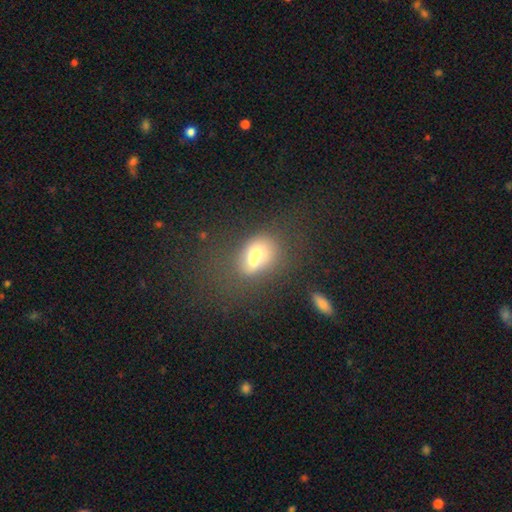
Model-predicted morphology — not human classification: Smooth or featured?
  - smooth: 64% *
  - featured or disk: 24%
  - star or artifact: 12%
How rounded?
  - in between: 70% *
  - round: 27%
  - cigar-shaped: 2%
Merging?
  - merger: 42% *
  - none: 31%
  - minor disturbance: 14%
  - major disturbance: 13%